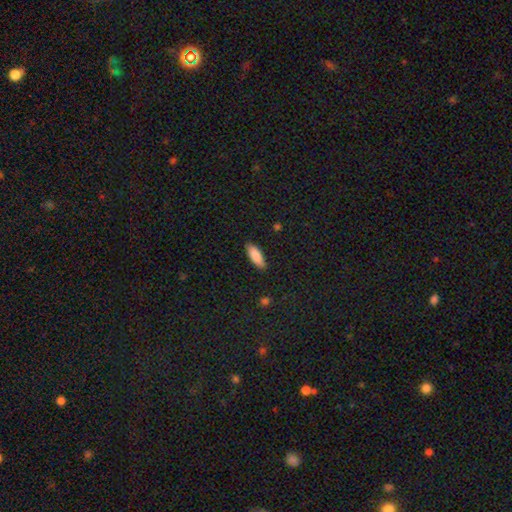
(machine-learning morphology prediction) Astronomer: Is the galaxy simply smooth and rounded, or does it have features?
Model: smooth — 87%.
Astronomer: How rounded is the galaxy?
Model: in between — 69%.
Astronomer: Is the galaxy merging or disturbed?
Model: none — 86%.